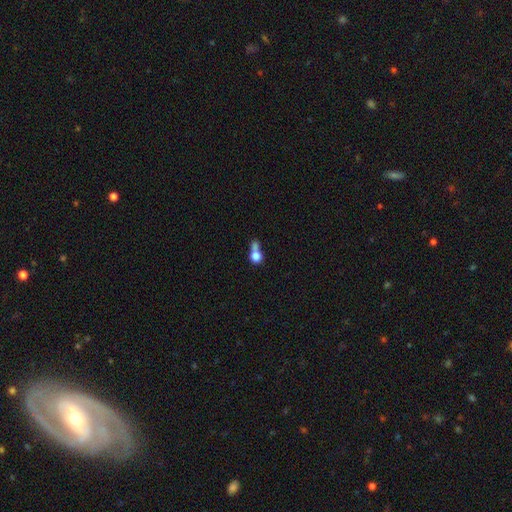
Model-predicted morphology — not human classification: This appears to be a smooth galaxy with no disk features (75%) that is round (74%). Merging: merger (55%).